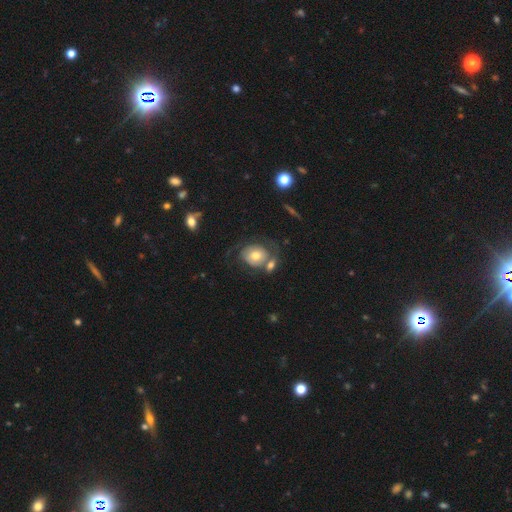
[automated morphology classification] This appears to be a featured or disk galaxy (47%). Merging: none (40%).